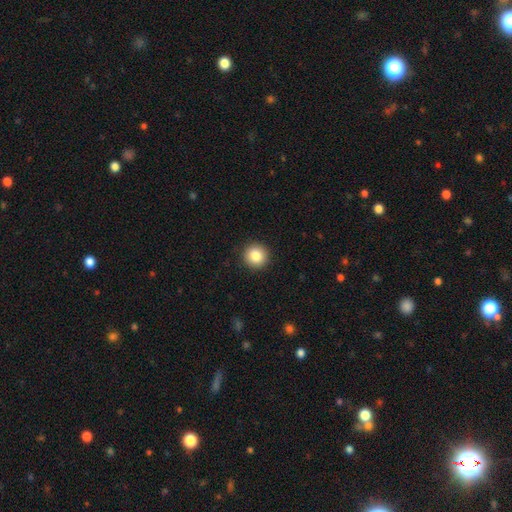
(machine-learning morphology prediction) Overall: smooth (85%). How rounded: round (94%). Merging: none (92%).